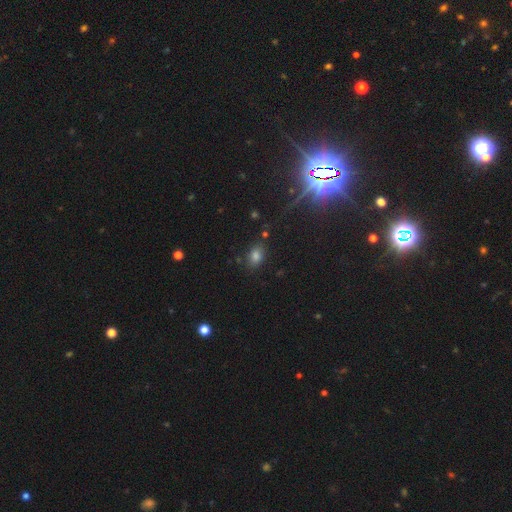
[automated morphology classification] Smooth or featured?
  - smooth: 77% *
  - star or artifact: 16%
  - featured or disk: 7%
How rounded?
  - in between: 81% *
  - round: 17%
  - cigar-shaped: 2%
Merging?
  - none: 80% *
  - minor disturbance: 13%
  - major disturbance: 4%
  - merger: 3%